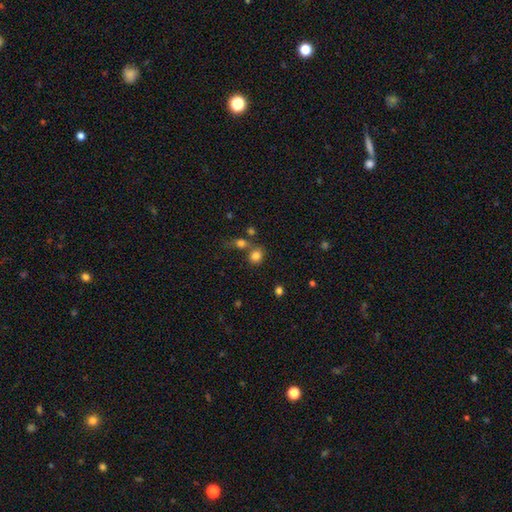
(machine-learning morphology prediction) Overall: smooth (81%). How rounded: round (75%). Merging: none (59%; merger 25%).